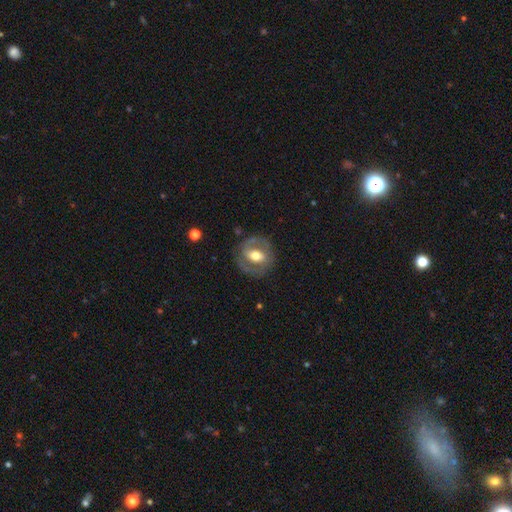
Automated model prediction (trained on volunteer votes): A featured or disk galaxy (67%) with a weak bar (37%), spiral arms (59%) and a moderate central bulge (70%). Merging: none (78%).